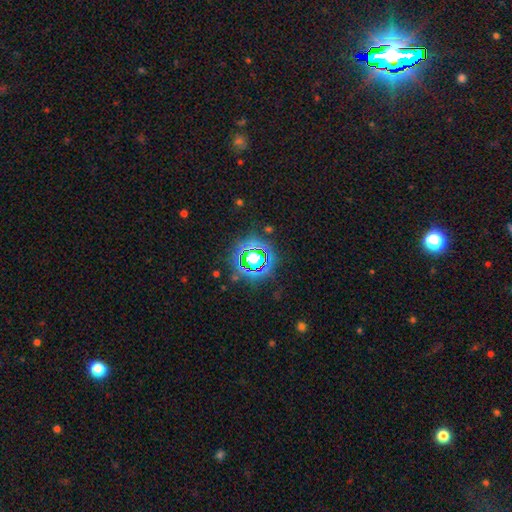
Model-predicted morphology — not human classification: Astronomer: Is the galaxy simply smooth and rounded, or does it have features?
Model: star or artifact — 62%.